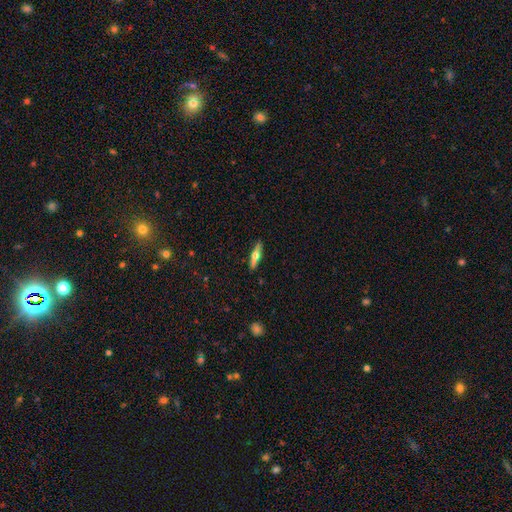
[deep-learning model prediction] Overall: featured or disk (52%; smooth 42%). Edge-on disk: yes (93%). Merging: none (90%).